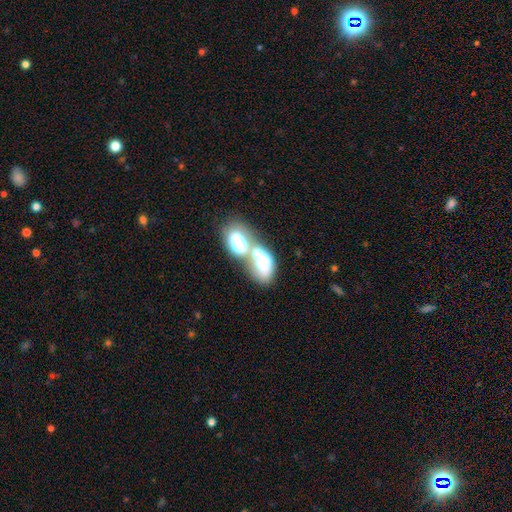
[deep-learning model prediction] Smooth or featured? smooth (56%)
How rounded? in between (77%)
Merging? merger (71%)